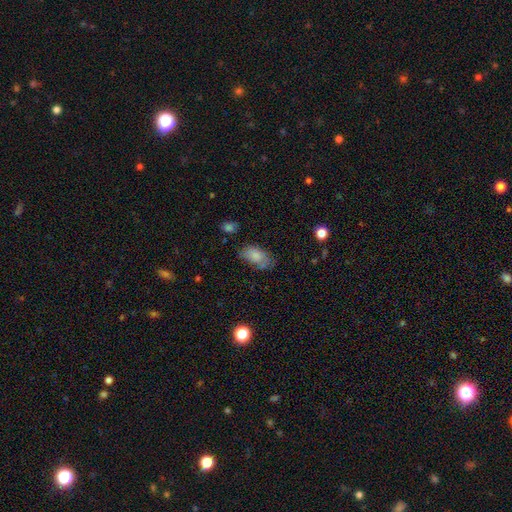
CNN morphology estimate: Smooth or featured? Predicted: smooth (p=0.72). How rounded? Predicted: in between (p=0.91). Merging? Predicted: none (p=0.54).